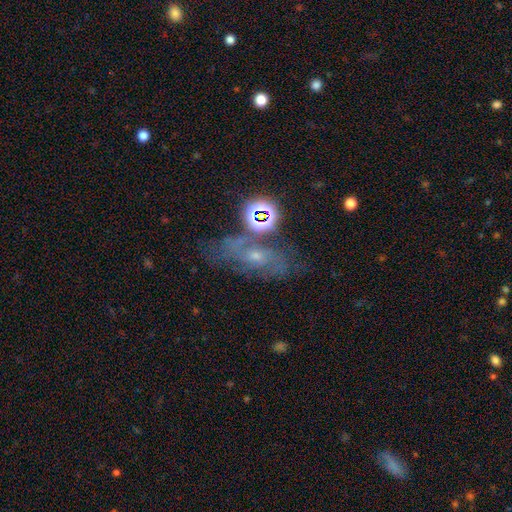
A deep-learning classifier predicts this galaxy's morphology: This appears to be a featured or disk galaxy (49%). Merging: none (52%).